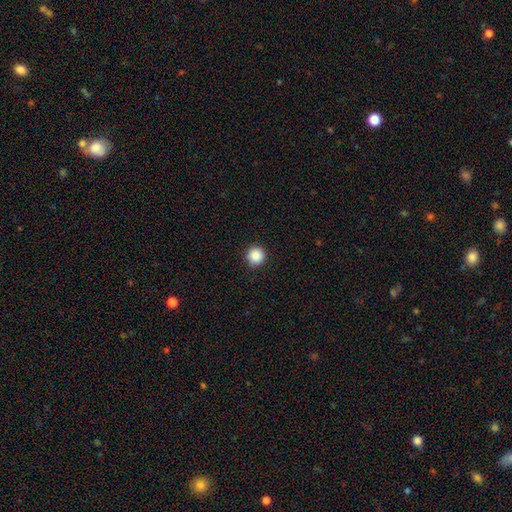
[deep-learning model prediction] Morphology: type=smooth (88%); roundness=round (96%); merging=none (92%).